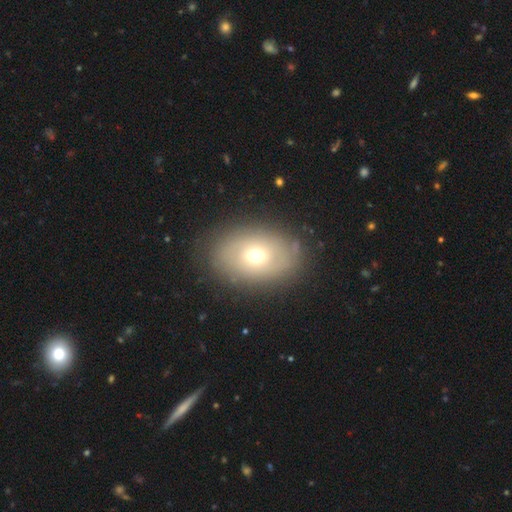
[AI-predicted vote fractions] A smooth galaxy with no disk features (55%) that is in between round and cigar-shaped (80%).

Vote fractions:
- Smooth or featured? smooth: 55% / featured or disk: 35% / star or artifact: 11%
- How rounded? in between: 80% / round: 19% / cigar-shaped: 1%
- Merging? none: 82% / minor disturbance: 12% / major disturbance: 4% / merger: 1%